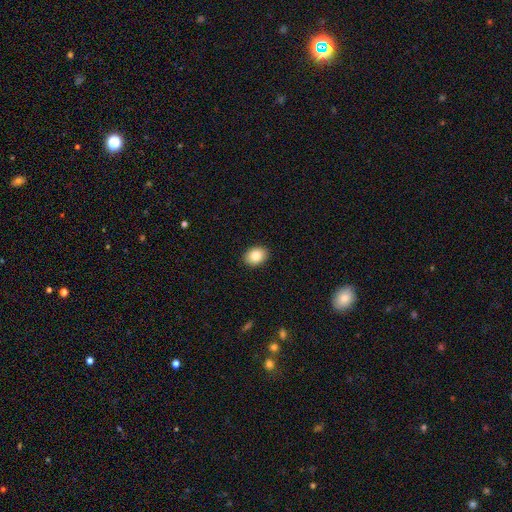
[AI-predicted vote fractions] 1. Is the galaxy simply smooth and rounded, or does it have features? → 85% smooth, 8% star or artifact, 7% featured or disk.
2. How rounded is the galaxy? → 66% in between, 33% round, 1% cigar-shaped.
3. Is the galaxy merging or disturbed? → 91% none, 6% minor disturbance, 2% major disturbance, 1% merger.